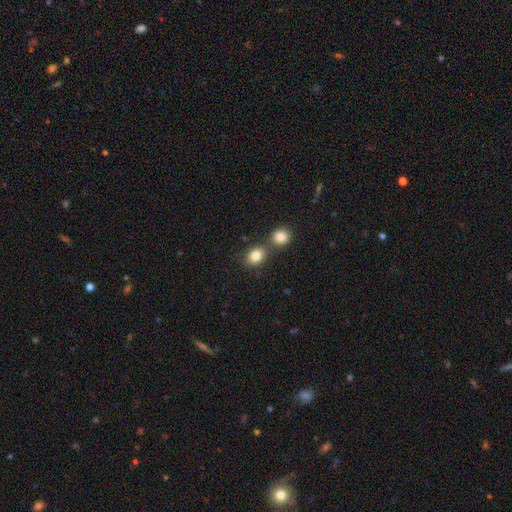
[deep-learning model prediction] A smooth galaxy with no disk features (83%) that is in between round and cigar-shaped (52%).

Vote fractions:
- Smooth or featured? smooth: 83% / star or artifact: 10% / featured or disk: 7%
- How rounded? in between: 52% / round: 46% / cigar-shaped: 1%
- Merging? none: 56% / merger: 31% / minor disturbance: 10% / major disturbance: 3%